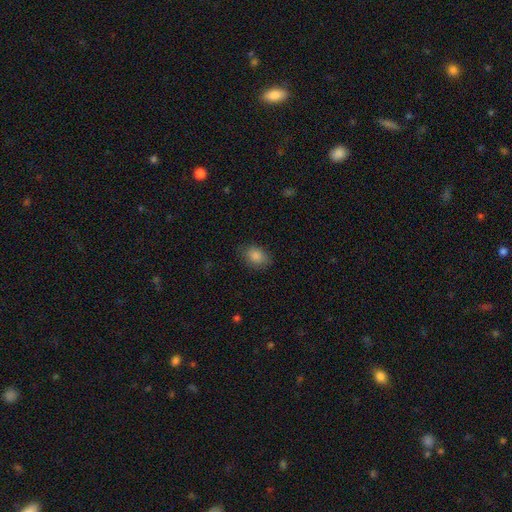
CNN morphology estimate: Smooth or featured?
  - smooth: 85% *
  - star or artifact: 9%
  - featured or disk: 6%
How rounded?
  - in between: 70% *
  - round: 29%
  - cigar-shaped: 1%
Merging?
  - none: 82% *
  - minor disturbance: 14%
  - major disturbance: 3%
  - merger: 1%